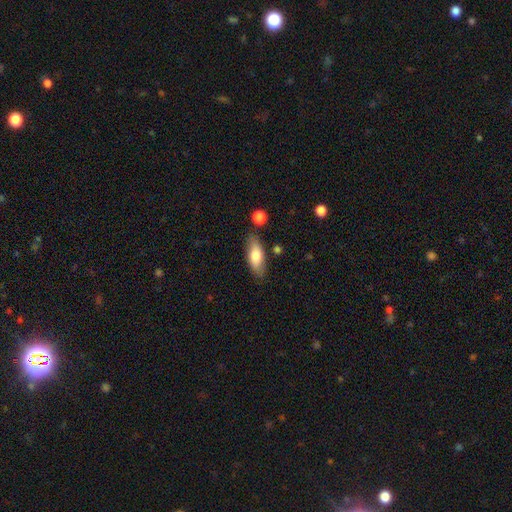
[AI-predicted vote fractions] smooth_or_featured: smooth (p=0.75) [alt: featured or disk p=0.18]
how_rounded: in between (p=0.76) [alt: cigar-shaped p=0.22]
merging: none (p=0.79) [alt: minor disturbance p=0.14]